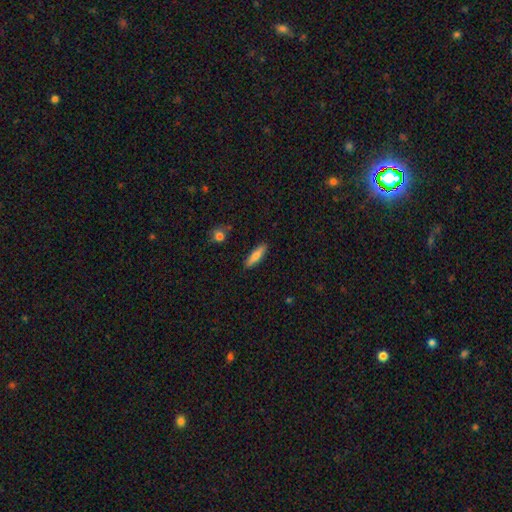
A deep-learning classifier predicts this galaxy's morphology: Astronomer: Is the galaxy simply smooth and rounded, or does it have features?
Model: smooth — 69%.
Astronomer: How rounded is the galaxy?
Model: cigar-shaped — 70%.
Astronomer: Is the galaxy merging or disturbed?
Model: none — 89%.